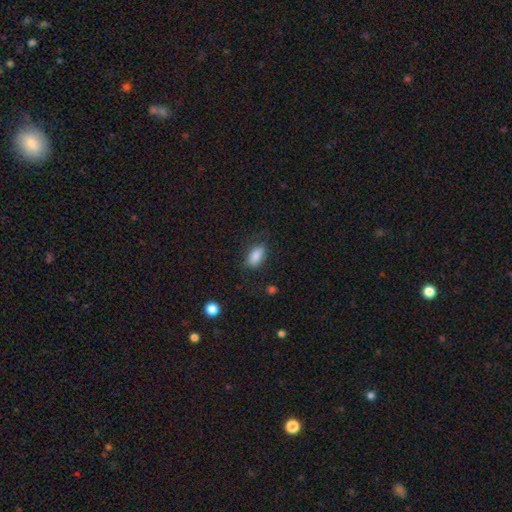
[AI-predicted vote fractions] smooth_or_featured: smooth (p=0.84) [alt: star or artifact p=0.08]
how_rounded: in between (p=0.87) [alt: cigar-shaped p=0.08]
merging: none (p=0.75) [alt: minor disturbance p=0.18]